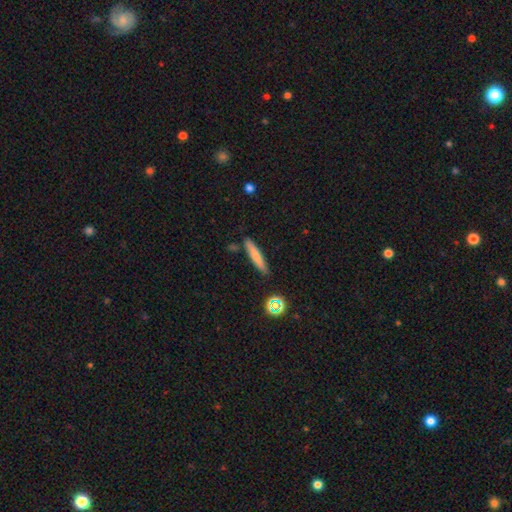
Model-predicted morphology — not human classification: The model was most divided on "smooth or featured": smooth: 69%, featured or disk: 23%, star or artifact: 9%. More confident: how rounded — cigar-shaped (90%); merging — none (84%).